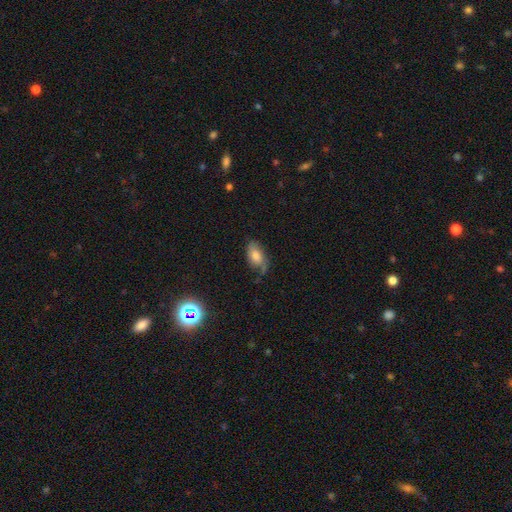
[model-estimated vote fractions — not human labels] A smooth galaxy with no disk features (70%) that is in between round and cigar-shaped (91%).

Vote fractions:
- Smooth or featured? smooth: 70% / featured or disk: 20% / star or artifact: 9%
- How rounded? in between: 91% / round: 6% / cigar-shaped: 3%
- Merging? none: 52% / minor disturbance: 31% / major disturbance: 13% / merger: 4%